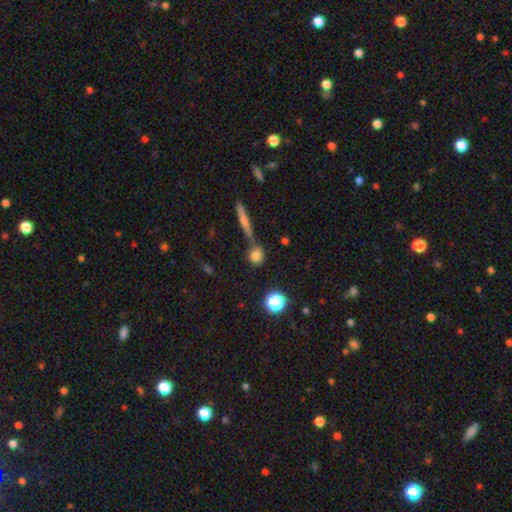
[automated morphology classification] Smooth or featured: smooth — 77% (star or artifact — 13%)
How rounded: round — 82% (in between — 12%)
Merging: none — 68% (merger — 17%)